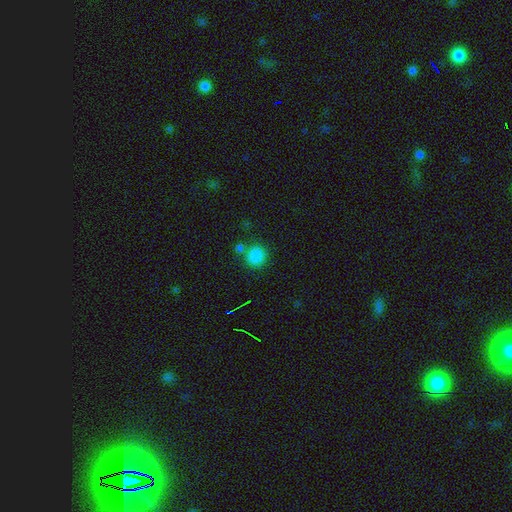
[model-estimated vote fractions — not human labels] Smooth or featured: smooth — 83% (star or artifact — 13%)
How rounded: round — 87% (in between — 12%)
Merging: none — 75% (merger — 12%)